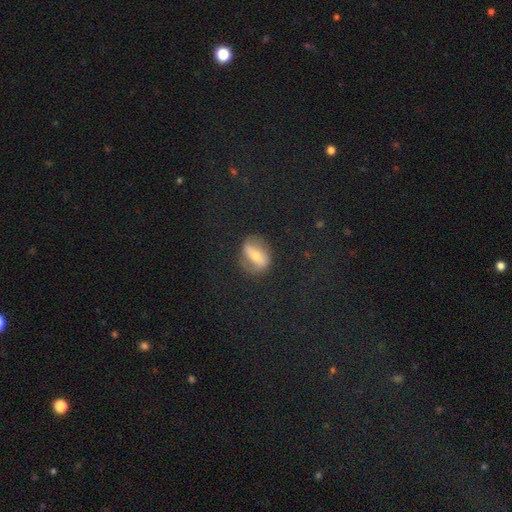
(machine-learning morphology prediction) The model was most divided on "smooth or featured": featured or disk: 41%, smooth: 38%, star or artifact: 21%. More confident: merging — none (75%).